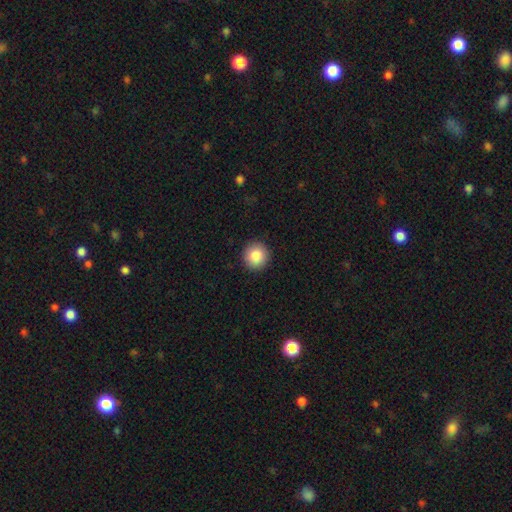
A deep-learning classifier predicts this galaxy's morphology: This is clearly a smooth galaxy (86%). How rounded: clearly round (94%). Merging: clearly none (92%).